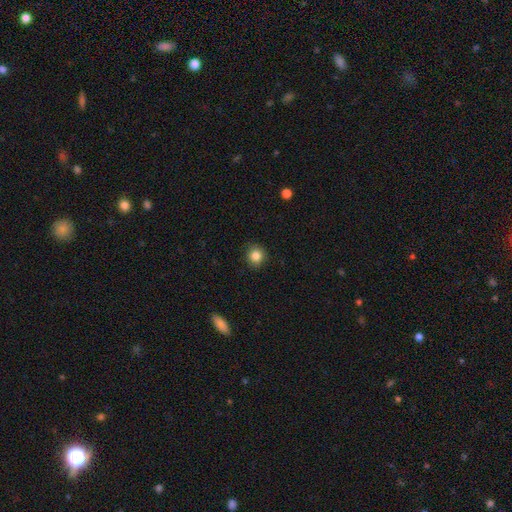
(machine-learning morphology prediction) A smooth galaxy with no disk features (85%) that is round (87%).

Vote fractions:
- Smooth or featured? smooth: 85% / star or artifact: 10% / featured or disk: 5%
- How rounded? round: 87% / in between: 12% / cigar-shaped: 1%
- Merging? none: 88% / minor disturbance: 9% / major disturbance: 2% / merger: 1%